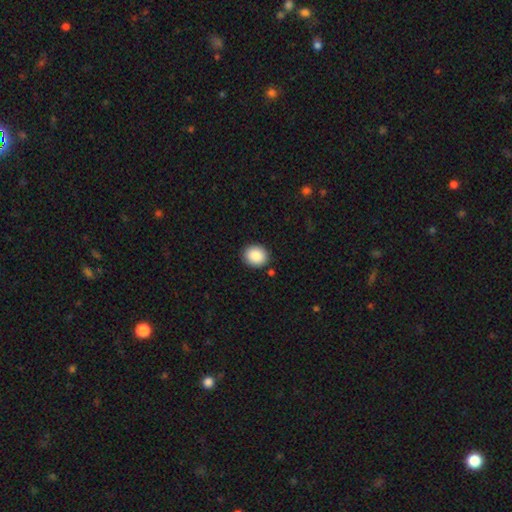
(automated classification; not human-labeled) The model was most divided on "how rounded": round: 75%, in between: 24%, cigar-shaped: 1%. More confident: merging — none (89%); smooth or featured — smooth (88%).